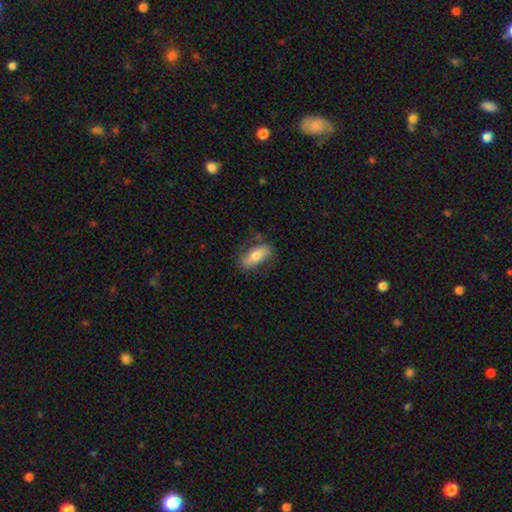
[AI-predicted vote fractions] A smooth galaxy with no disk features (60%) that is in between round and cigar-shaped (81%).

Vote fractions:
- Smooth or featured? smooth: 60% / featured or disk: 34% / star or artifact: 6%
- How rounded? in between: 81% / cigar-shaped: 14% / round: 5%
- Merging? none: 71% / minor disturbance: 20% / major disturbance: 7% / merger: 2%